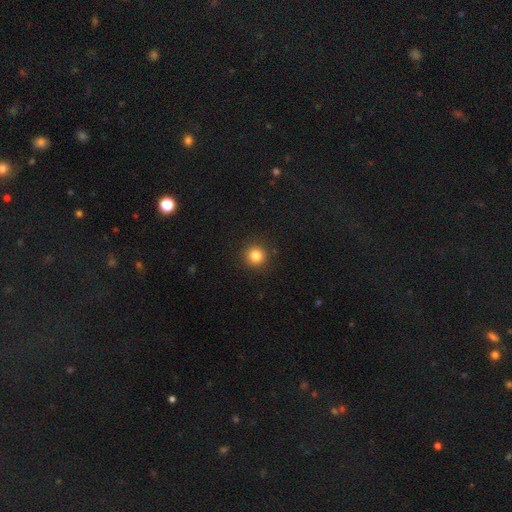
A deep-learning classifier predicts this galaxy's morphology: smooth-or-featured: smooth: 83% | star or artifact: 12% | featured or disk: 5%
  how-rounded: round: 94% | in between: 5% | cigar-shaped: 1%
  merging: none: 91% | minor disturbance: 5% | major disturbance: 2% | merger: 1%